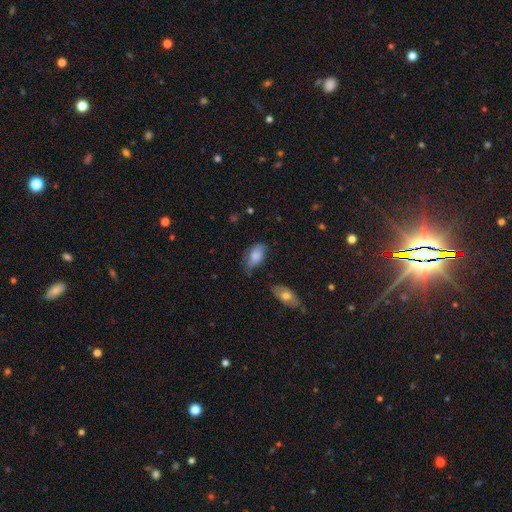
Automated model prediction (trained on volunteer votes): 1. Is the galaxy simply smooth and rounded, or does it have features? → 77% smooth, 16% featured or disk, 7% star or artifact.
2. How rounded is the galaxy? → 92% in between, 5% round, 3% cigar-shaped.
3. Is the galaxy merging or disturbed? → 57% none, 32% minor disturbance, 8% major disturbance, 3% merger.